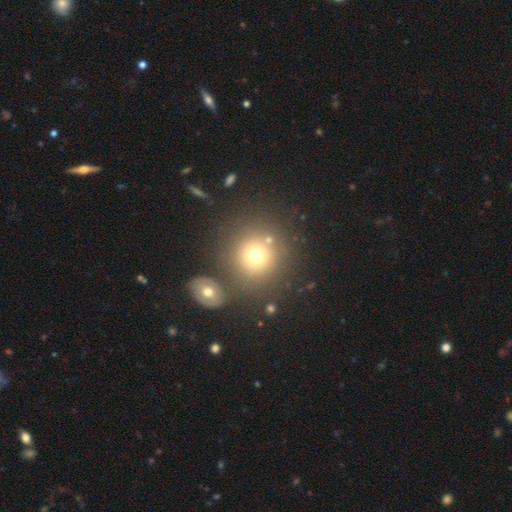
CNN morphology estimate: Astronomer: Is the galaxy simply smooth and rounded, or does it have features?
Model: smooth — 72%.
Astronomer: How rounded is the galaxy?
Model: round — 91%.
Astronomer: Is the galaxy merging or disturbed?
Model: none — 71%.